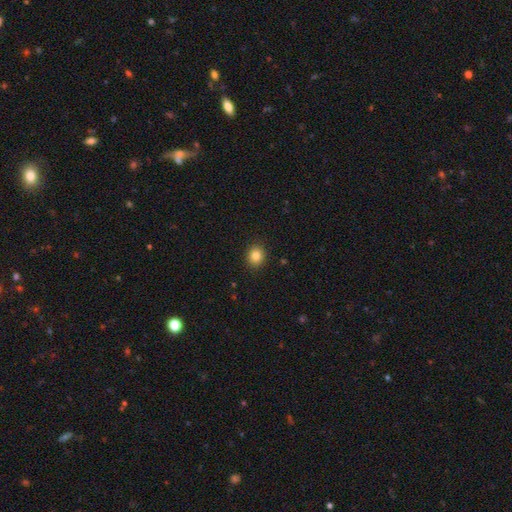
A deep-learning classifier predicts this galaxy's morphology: This appears to be a smooth galaxy with no disk features (84%) that is round (77%). Merging: none (91%).